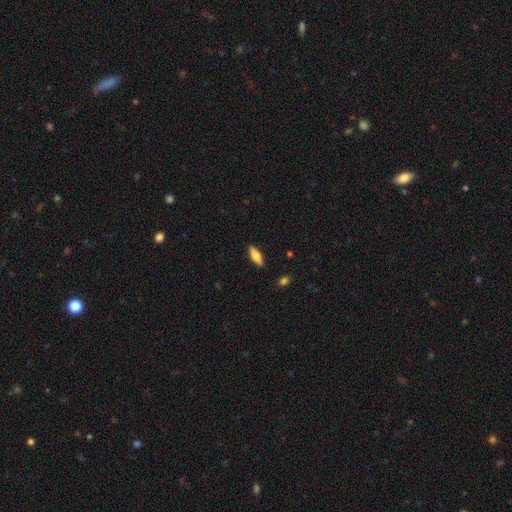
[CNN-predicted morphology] The model was most divided on "how rounded": in between: 57%, cigar-shaped: 40%, round: 2%. More confident: merging — none (89%); smooth or featured — smooth (60%).